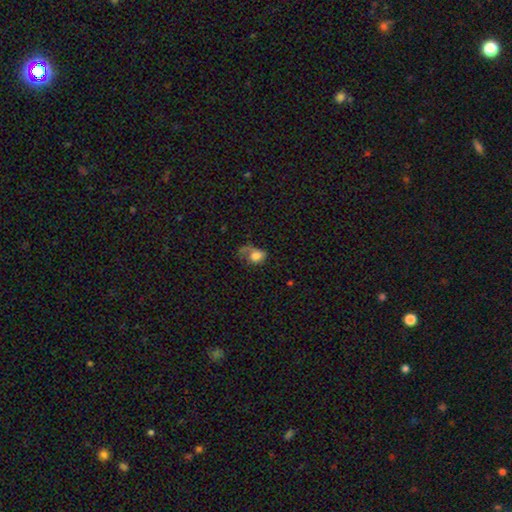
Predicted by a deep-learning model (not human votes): A smooth galaxy with no disk features (67%) that is in between round and cigar-shaped (64%).

Vote fractions:
- Smooth or featured? smooth: 67% / featured or disk: 23% / star or artifact: 10%
- How rounded? in between: 64% / round: 34% / cigar-shaped: 1%
- Merging? major disturbance: 46% / none: 25% / minor disturbance: 23% / merger: 6%